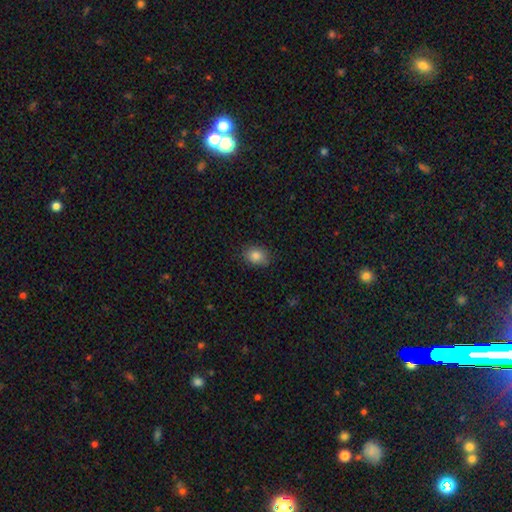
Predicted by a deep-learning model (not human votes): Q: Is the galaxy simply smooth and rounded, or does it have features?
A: smooth — 83%.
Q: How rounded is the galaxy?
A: in between — 50%.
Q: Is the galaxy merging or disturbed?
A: none — 82%.